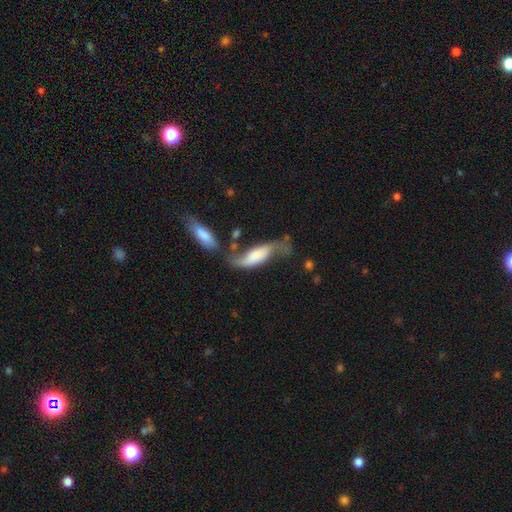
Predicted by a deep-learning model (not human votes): Smooth or featured? featured or disk (54%)
Edge-on disk? no (79%)
Merging? none (36%)